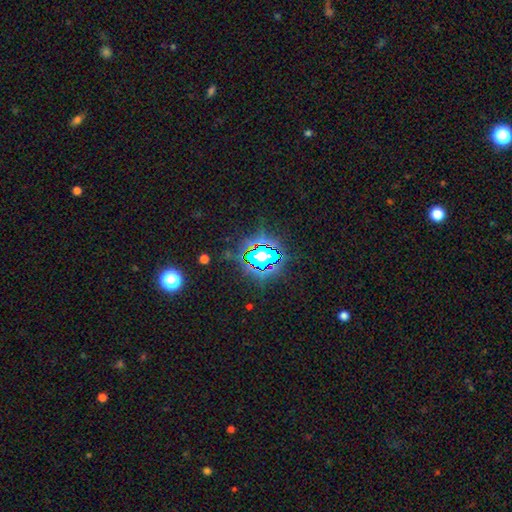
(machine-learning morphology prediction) This appears to be a star or artifact, not a galaxy (82%).